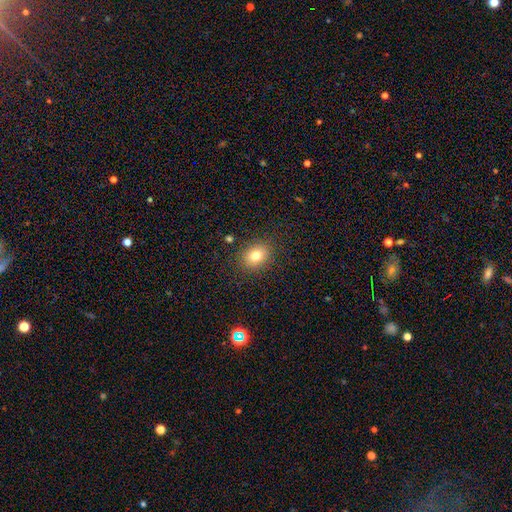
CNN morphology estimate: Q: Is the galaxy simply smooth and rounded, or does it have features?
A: smooth — 79%.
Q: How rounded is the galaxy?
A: round — 53%.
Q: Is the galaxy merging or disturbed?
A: none — 87%.